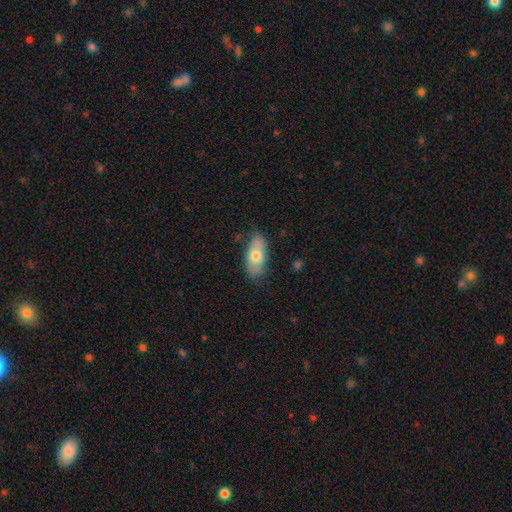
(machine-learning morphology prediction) A smooth galaxy with no disk features (69%) that is in between round and cigar-shaped (87%).

Vote fractions:
- Smooth or featured? smooth: 69% / featured or disk: 25% / star or artifact: 6%
- How rounded? in between: 87% / cigar-shaped: 9% / round: 4%
- Merging? none: 79% / minor disturbance: 17% / major disturbance: 3% / merger: 1%